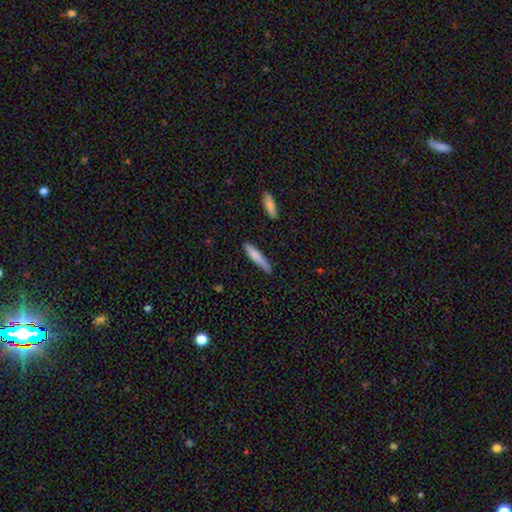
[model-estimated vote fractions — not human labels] Smooth or featured: smooth — 78% (featured or disk — 16%)
How rounded: cigar-shaped — 90% (in between — 9%)
Merging: none — 82% (minor disturbance — 13%)